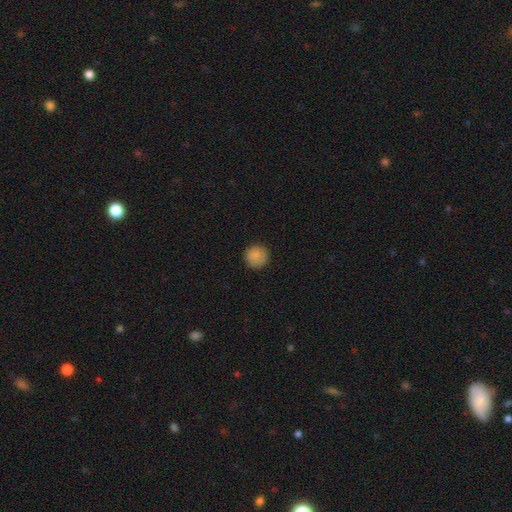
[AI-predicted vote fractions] Overall: smooth (87%). How rounded: round (94%). Merging: none (88%).